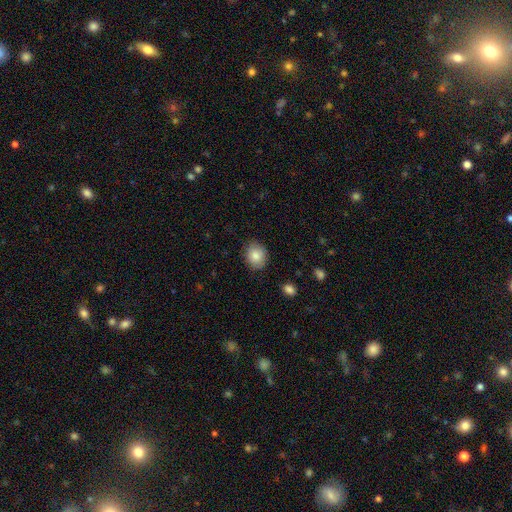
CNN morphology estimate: type=smooth (85%); roundness=round (55%); merging=none (85%).